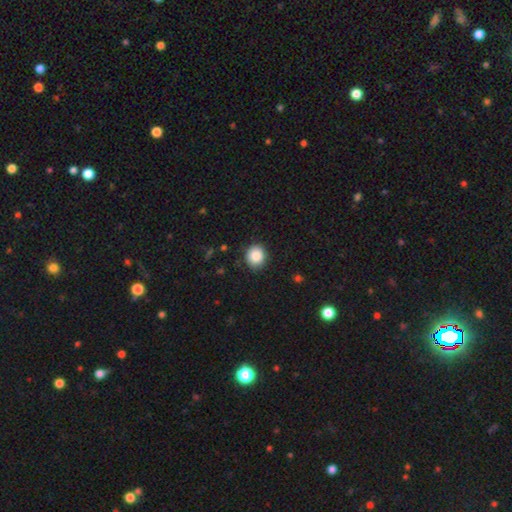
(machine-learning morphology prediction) This appears to be a smooth galaxy with no disk features (87%) that is round (84%). Merging: none (87%).